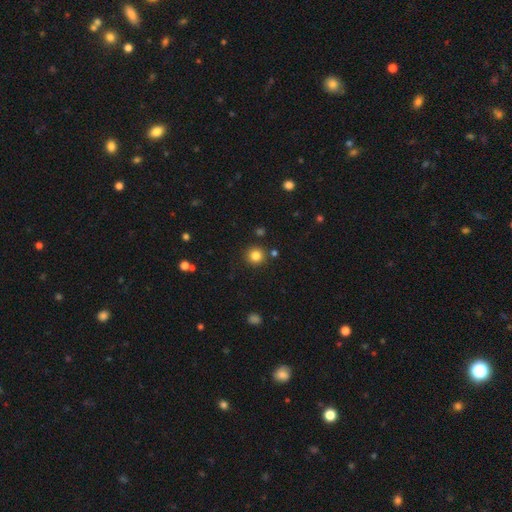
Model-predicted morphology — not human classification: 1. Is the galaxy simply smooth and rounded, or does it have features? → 83% smooth, 12% star or artifact, 5% featured or disk.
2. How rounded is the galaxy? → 94% round, 5% in between, 1% cigar-shaped.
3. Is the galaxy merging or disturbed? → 88% none, 6% minor disturbance, 4% merger, 2% major disturbance.